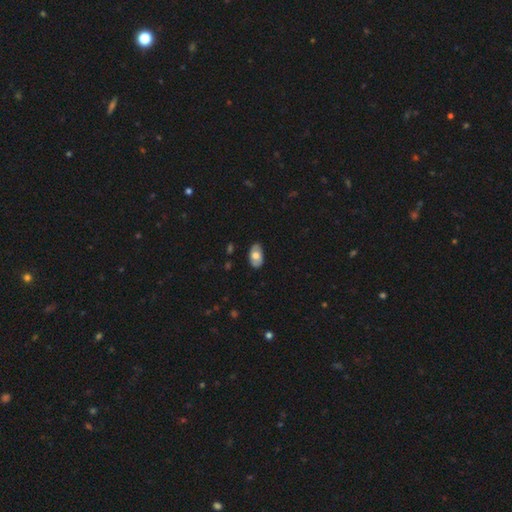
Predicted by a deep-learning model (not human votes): smooth 63%, featured or disk 31%, star or artifact 6%. Down the decision tree: how rounded — in between (93%); merging — none (82%).